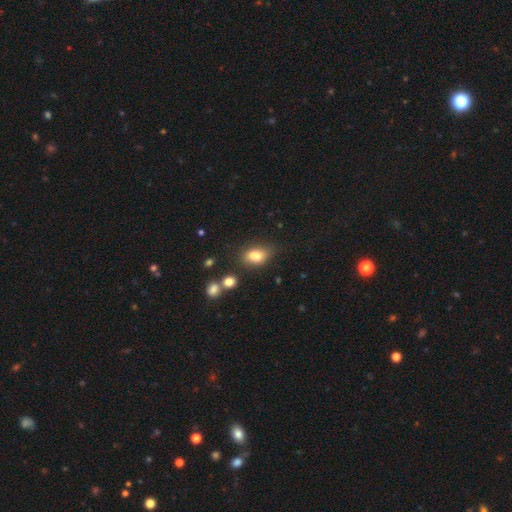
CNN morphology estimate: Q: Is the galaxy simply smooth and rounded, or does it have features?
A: smooth — 82%.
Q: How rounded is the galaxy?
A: in between — 81%.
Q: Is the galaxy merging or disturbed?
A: none — 66%.